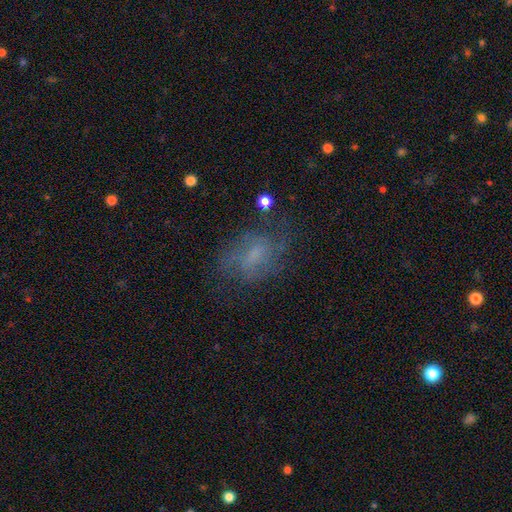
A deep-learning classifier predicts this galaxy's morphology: This appears to be a featured or disk galaxy (50%). Merging: none (66%).